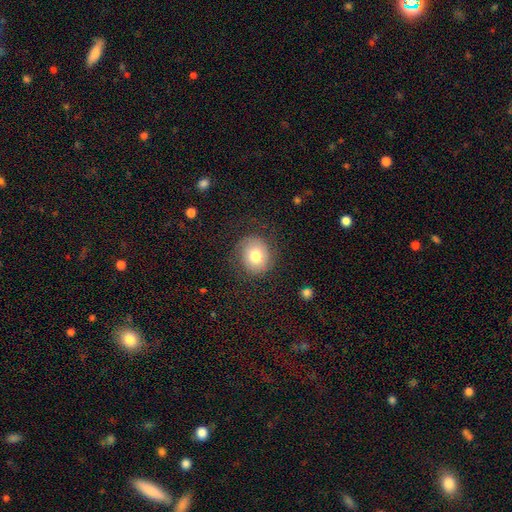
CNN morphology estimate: type=smooth (68%); roundness=round (71%); merging=none (75%).